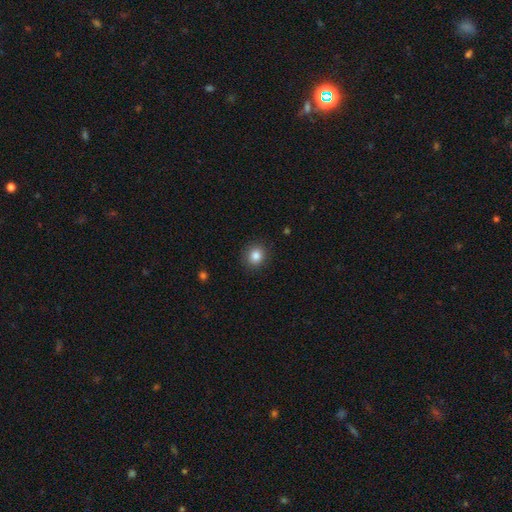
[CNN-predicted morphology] This appears to be a smooth galaxy with no disk features (85%) that is round (85%). Merging: none (90%).